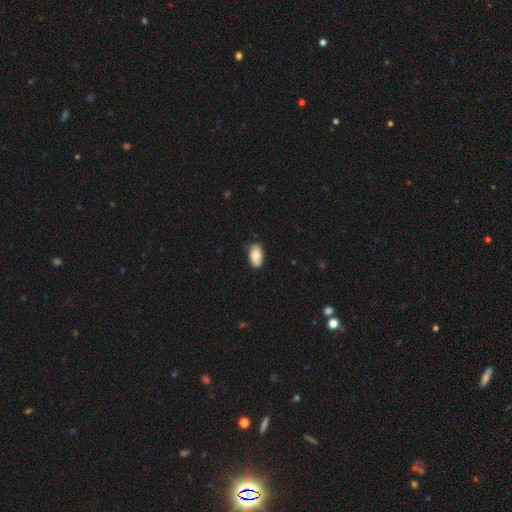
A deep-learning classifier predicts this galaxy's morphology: This is clearly a smooth galaxy (84%). How rounded: clearly in between (94%). Merging: likely none (80%).